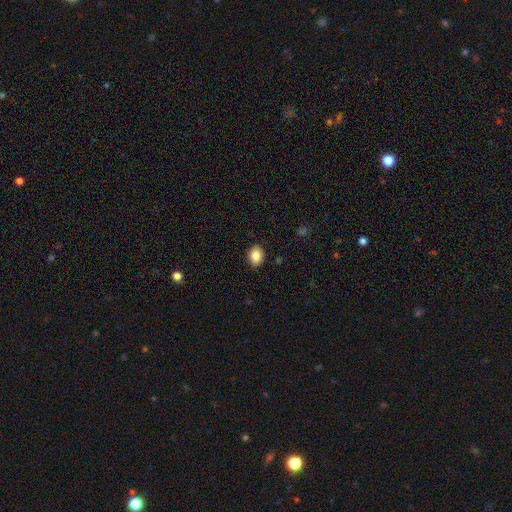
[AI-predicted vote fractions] Smooth or featured: smooth — 86% (star or artifact — 8%)
How rounded: in between — 62% (round — 37%)
Merging: none — 90% (minor disturbance — 7%)